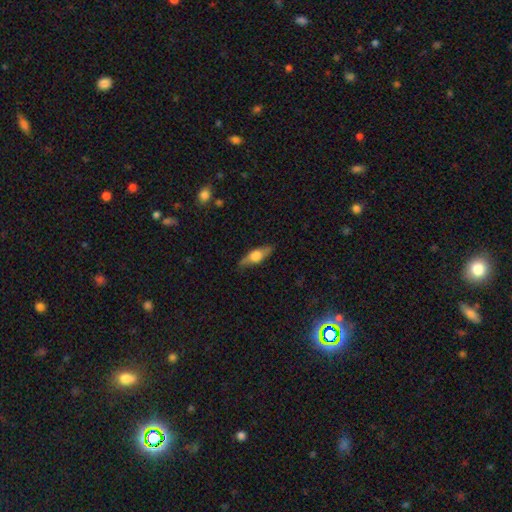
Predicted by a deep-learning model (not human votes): This appears to be a featured or disk galaxy (52%) viewed edge-on (86%). Merging: none (82%).